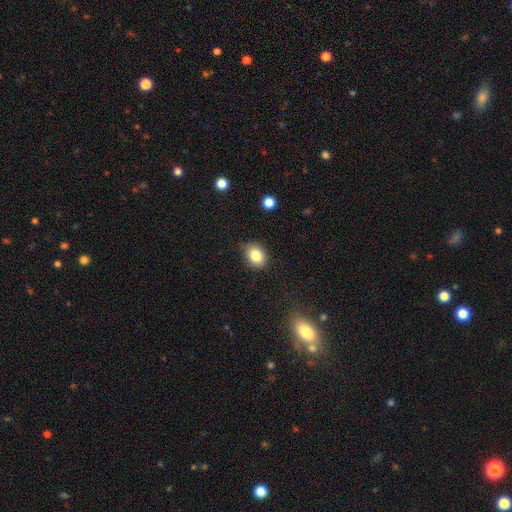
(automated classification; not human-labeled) A smooth galaxy with no disk features (83%) that is in between round and cigar-shaped (56%). Merging: none (74%).